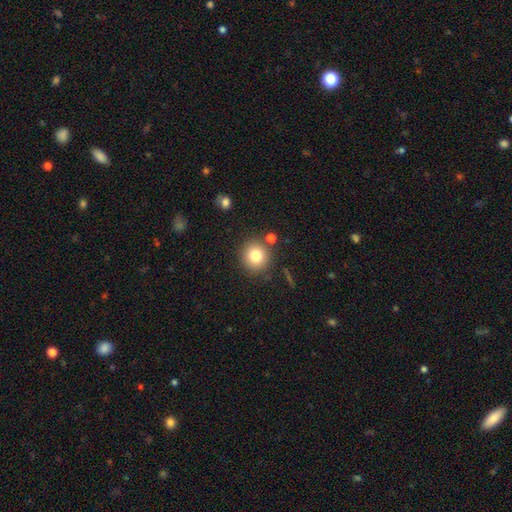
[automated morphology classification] Smooth or featured? smooth (80%)
How rounded? round (91%)
Merging? none (83%)